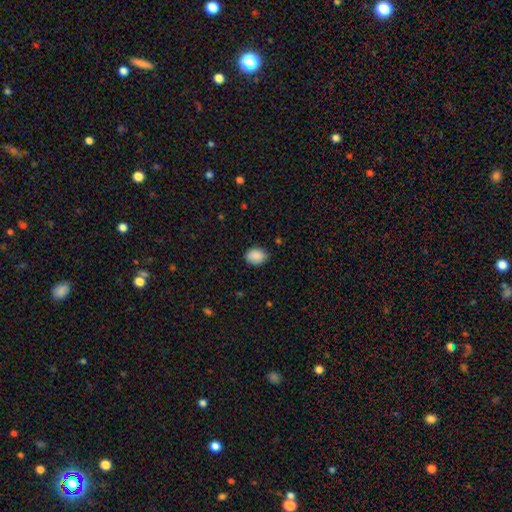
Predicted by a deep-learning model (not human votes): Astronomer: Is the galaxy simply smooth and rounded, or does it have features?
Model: smooth — 89%.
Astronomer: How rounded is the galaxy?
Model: in between — 66%.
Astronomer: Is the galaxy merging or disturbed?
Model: none — 82%.